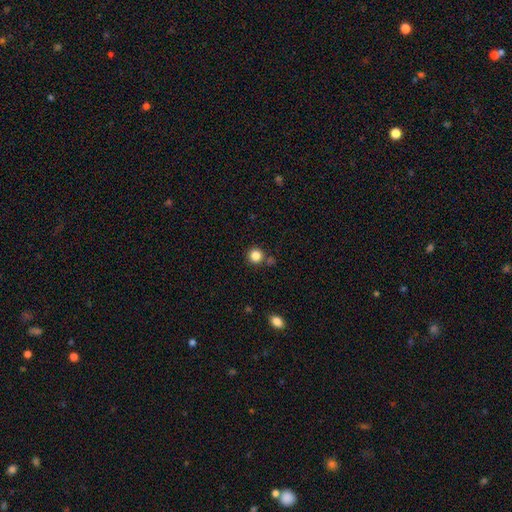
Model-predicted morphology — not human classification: This is clearly a smooth galaxy (84%). How rounded: clearly round (93%). Merging: clearly none (81%).